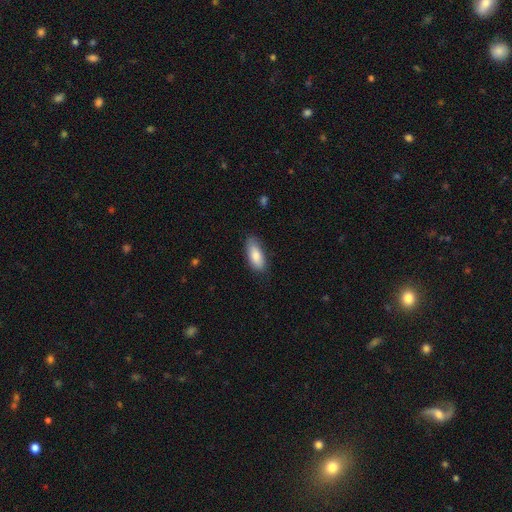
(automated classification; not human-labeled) Overall: smooth (83%). How rounded: in between (81%). Merging: none (80%).